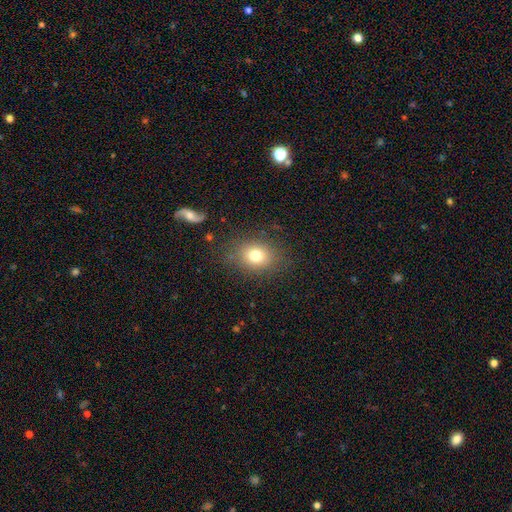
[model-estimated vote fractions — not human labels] Q: Smooth or featured?
A: smooth (76%); runner-up: star or artifact (12%)
Q: How rounded?
A: in between (51%); runner-up: round (47%)
Q: Merging?
A: none (82%); runner-up: minor disturbance (11%)